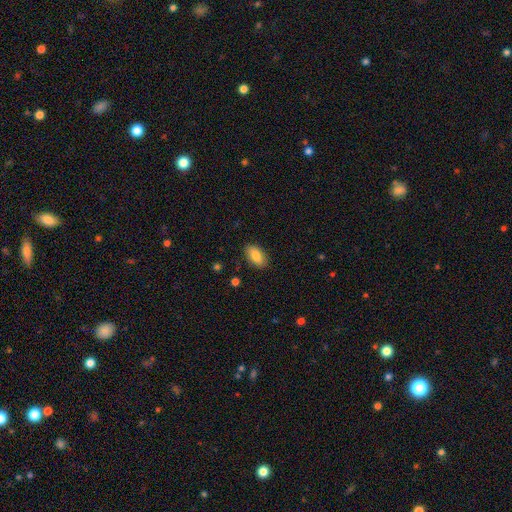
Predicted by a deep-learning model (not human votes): Smooth or featured?
  - smooth: 84% *
  - featured or disk: 9%
  - star or artifact: 7%
How rounded?
  - in between: 93% *
  - round: 4%
  - cigar-shaped: 3%
Merging?
  - none: 86% *
  - minor disturbance: 10%
  - major disturbance: 2%
  - merger: 1%